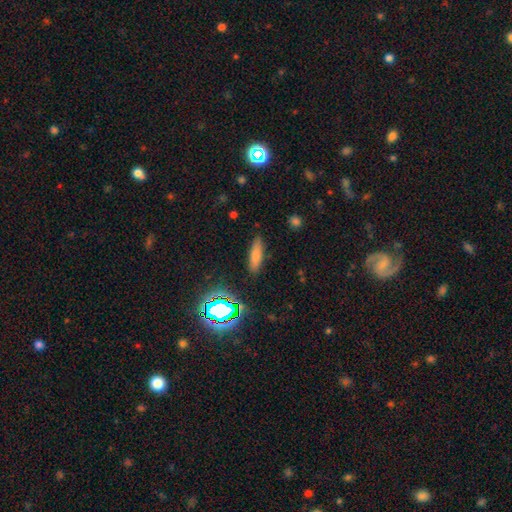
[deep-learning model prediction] Morphology: type=smooth (72%); roundness=cigar-shaped (57%); merging=none (86%).